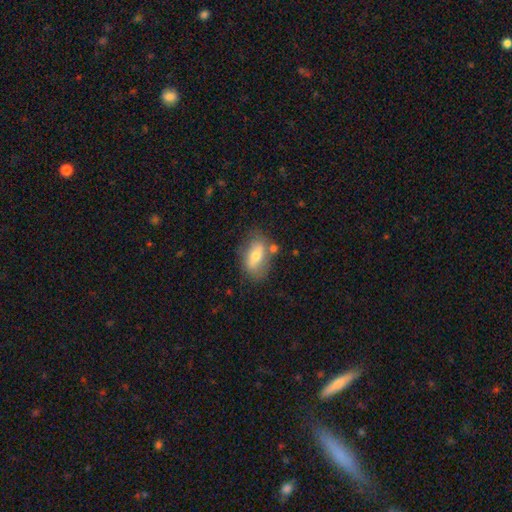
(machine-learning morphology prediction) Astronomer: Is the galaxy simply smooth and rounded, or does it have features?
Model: smooth — 58% (runner-up: featured or disk, 34%).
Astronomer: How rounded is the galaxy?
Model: in between — 86%.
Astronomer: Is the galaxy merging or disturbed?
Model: none — 67%.